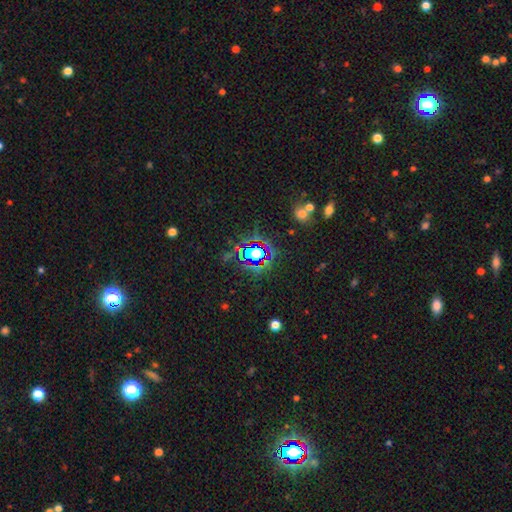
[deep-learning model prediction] Smooth or featured? Predicted: star or artifact (p=0.67).